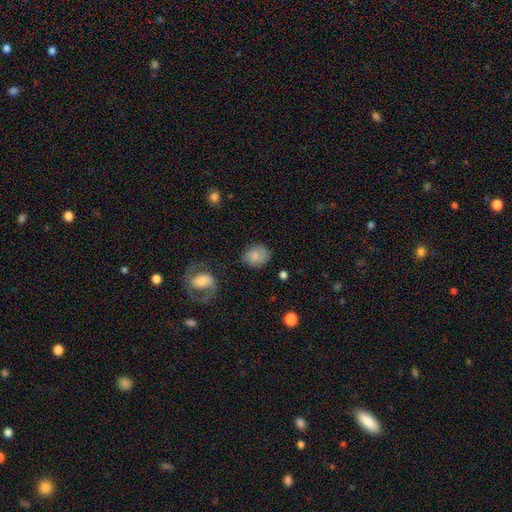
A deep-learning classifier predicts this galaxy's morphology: This appears to be a smooth galaxy with no disk features (76%) that is round (53%). Merging: none (69%).